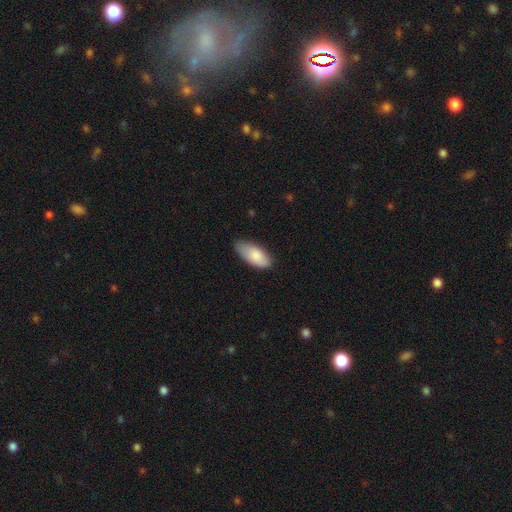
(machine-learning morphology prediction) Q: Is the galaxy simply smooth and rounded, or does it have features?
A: smooth — 85%.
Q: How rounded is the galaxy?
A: in between — 89%.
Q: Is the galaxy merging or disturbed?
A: none — 71%.